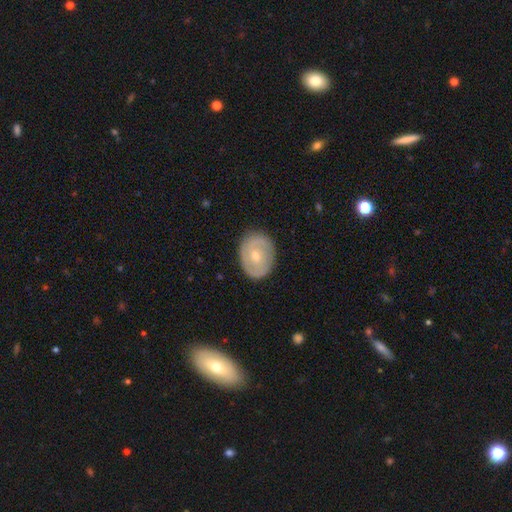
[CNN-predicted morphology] Smooth or featured: featured or disk — 58% (smooth — 35%)
Edge-on disk: no — 95% (yes — 5%)
Bar: no — 64% (weak — 28%)
Spiral arms: yes — 53% (no — 47%)
Bulge size: small — 55% (moderate — 42%)
Merging: none — 82% (minor disturbance — 13%)